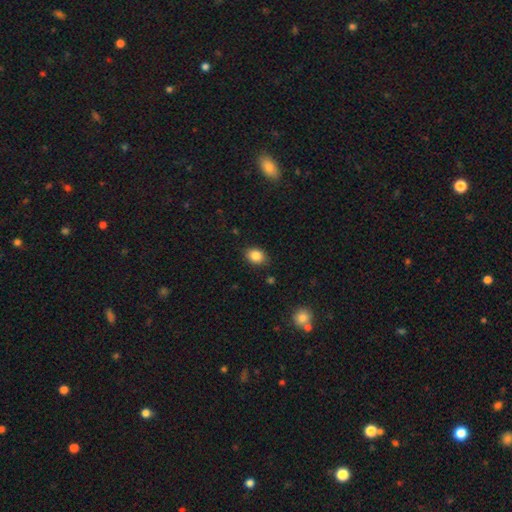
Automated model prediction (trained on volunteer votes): smooth_or_featured: smooth (p=0.85) [alt: star or artifact p=0.09]
how_rounded: in between (p=0.64) [alt: round p=0.35]
merging: none (p=0.85) [alt: minor disturbance p=0.11]